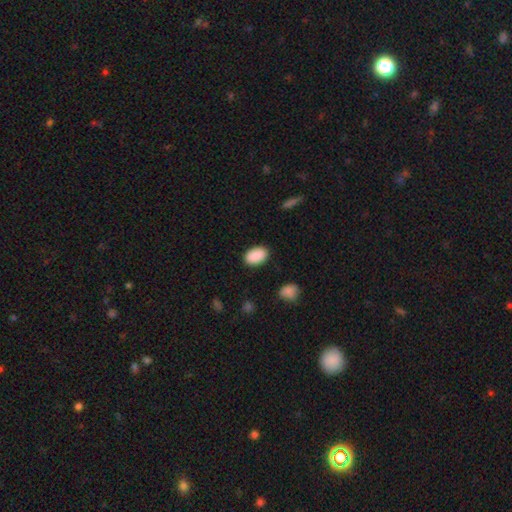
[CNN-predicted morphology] Overall: smooth (91%). How rounded: in between (91%). Merging: none (88%).